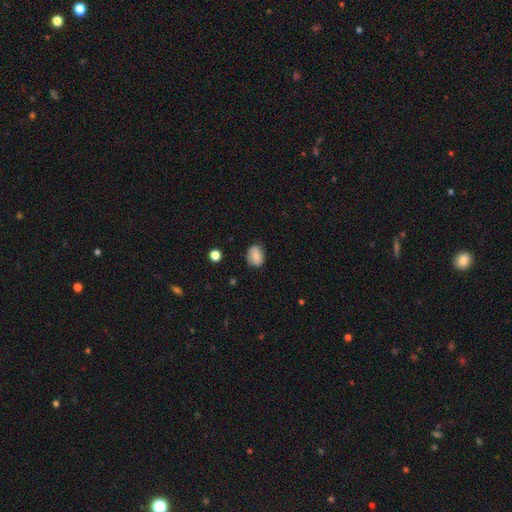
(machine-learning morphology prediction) The model was most divided on "how rounded": in between: 62%, round: 37%, cigar-shaped: 1%. More confident: merging — none (73%); smooth or featured — smooth (72%).